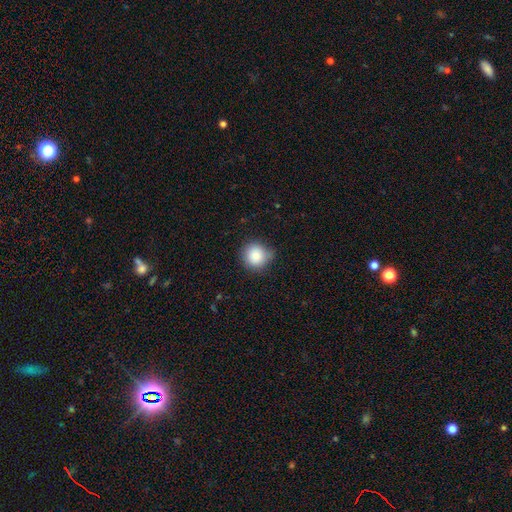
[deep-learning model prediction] Smooth or featured: smooth — 86% (star or artifact — 9%)
How rounded: round — 91% (in between — 8%)
Merging: none — 76% (minor disturbance — 19%)